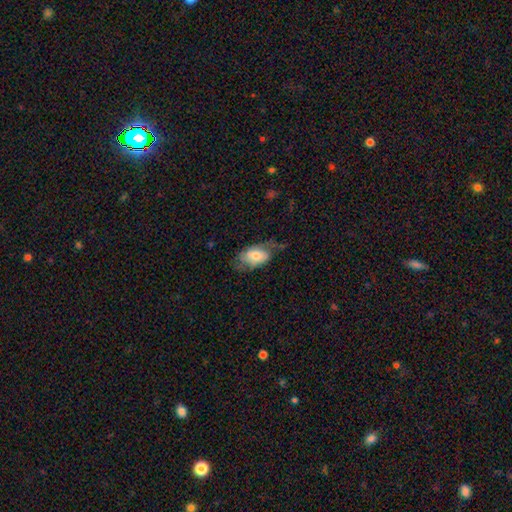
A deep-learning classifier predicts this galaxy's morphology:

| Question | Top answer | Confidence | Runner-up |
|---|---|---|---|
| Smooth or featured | smooth | 52% | featured or disk (42%) |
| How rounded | in between | 91% | round (7%) |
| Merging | none | 42% | minor disturbance (29%) |